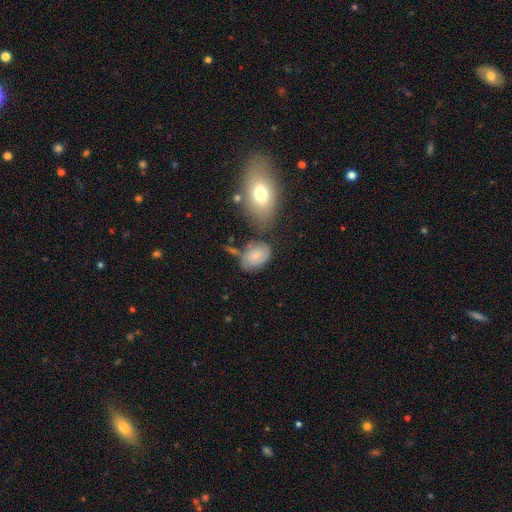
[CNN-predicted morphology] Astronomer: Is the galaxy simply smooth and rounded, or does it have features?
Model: smooth — 67%.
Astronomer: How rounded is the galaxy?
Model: in between — 82%.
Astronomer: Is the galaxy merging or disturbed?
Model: none — 54%.